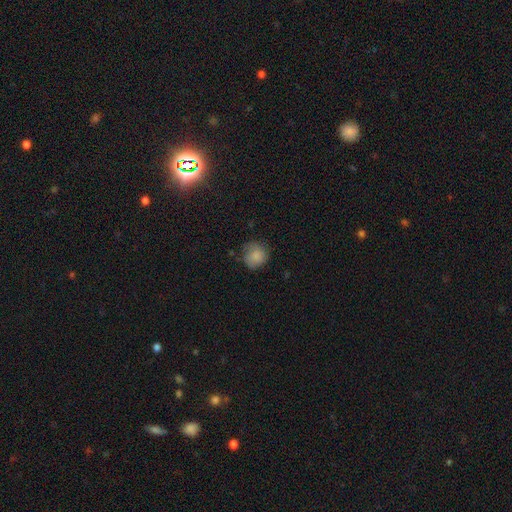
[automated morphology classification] A smooth galaxy with no disk features (83%) that is round (86%).

Vote fractions:
- Smooth or featured? smooth: 83% / featured or disk: 9% / star or artifact: 8%
- How rounded? round: 86% / in between: 13% / cigar-shaped: 1%
- Merging? none: 66% / minor disturbance: 24% / major disturbance: 7% / merger: 2%